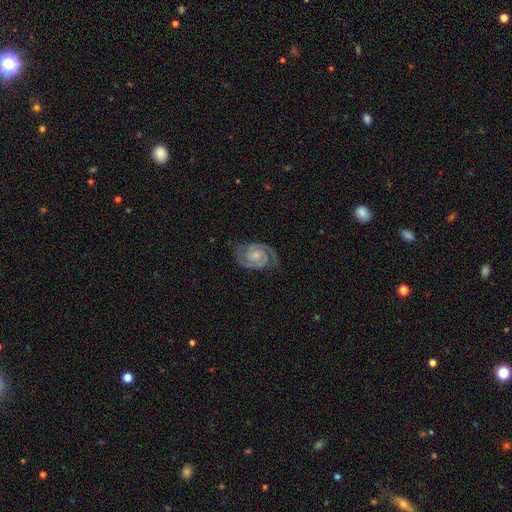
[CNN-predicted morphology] Overall: featured or disk (90%). Edge-on disk: no (98%). Bar: no (63%; weak 30%). Spiral arms: yes (98%). Spiral arm count: 2 (87%). Spiral winding: tight (61%; medium 34%). Bulge size: small (51%; moderate 29%). Merging: none (75%).